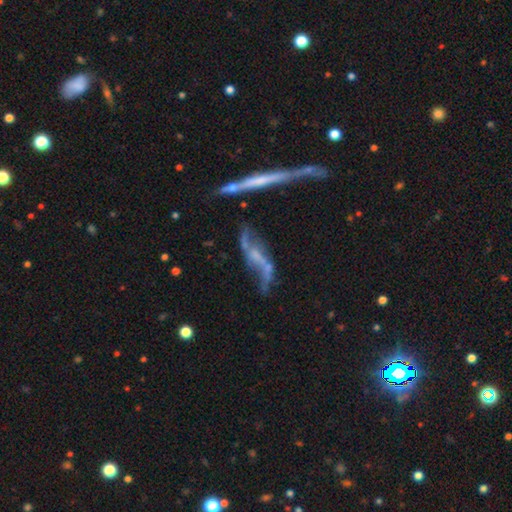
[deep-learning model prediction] Overall: featured or disk (75%). Edge-on disk: no (76%). Bar: no (52%; weak 33%). Spiral arms: yes (75%). Bulge size: none (48%; small 30%). Merging: none (40%; major disturbance 20%).